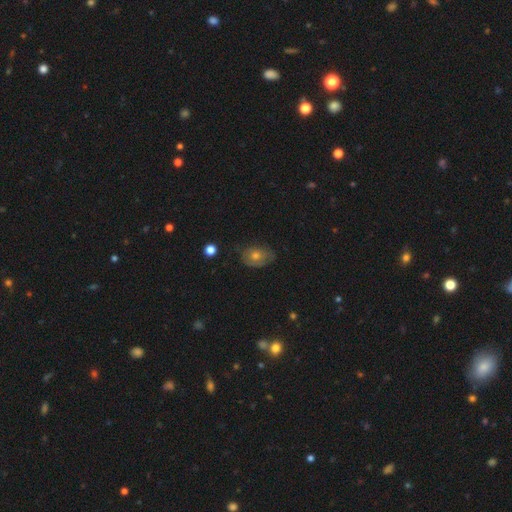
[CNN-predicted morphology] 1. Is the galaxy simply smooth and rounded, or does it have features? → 48% smooth, 37% featured or disk, 15% star or artifact.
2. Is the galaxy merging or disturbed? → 68% none, 24% minor disturbance, 7% major disturbance, 1% merger.